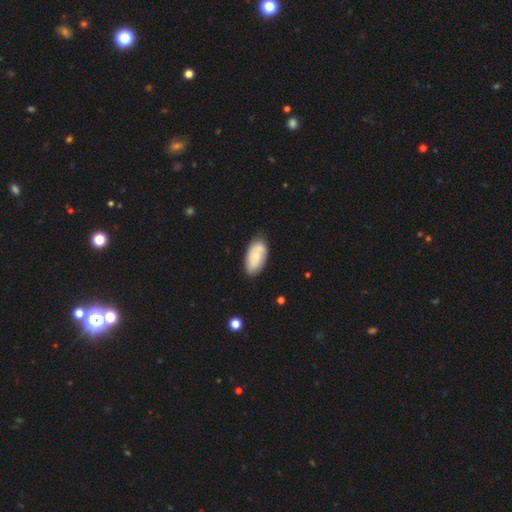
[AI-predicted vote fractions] This is possibly a smooth galaxy (58%). How rounded: clearly in between (94%). Merging: likely none (73%).